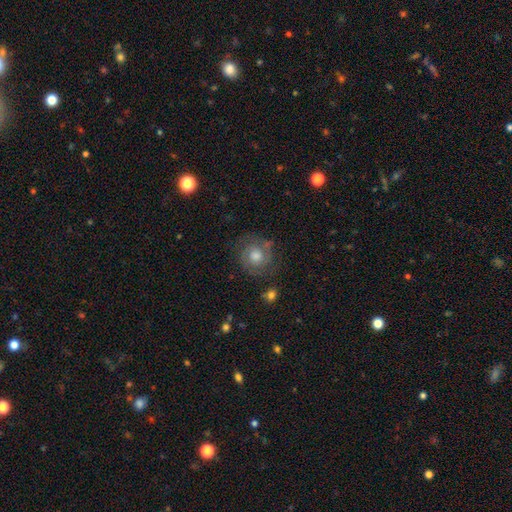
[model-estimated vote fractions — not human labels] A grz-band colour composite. It shows a featured or disk galaxy (63%) with no bar (77%), 2 (67%) tight (56%) spiral arms (87%) and a moderate central bulge (58%). Merging: none (77%).